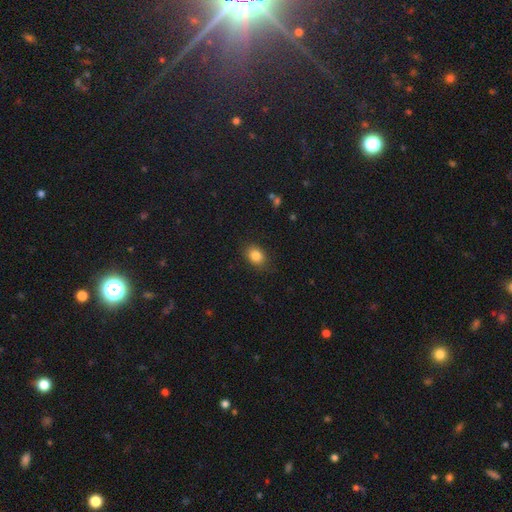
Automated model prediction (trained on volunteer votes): Smooth or featured? Predicted: smooth (p=0.84). How rounded? Predicted: in between (p=0.62). Merging? Predicted: none (p=0.84).